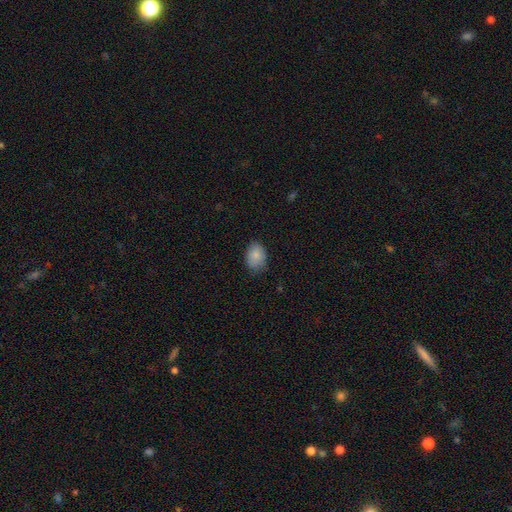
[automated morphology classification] Smooth or featured? smooth (86%)
How rounded? in between (76%)
Merging? none (73%)